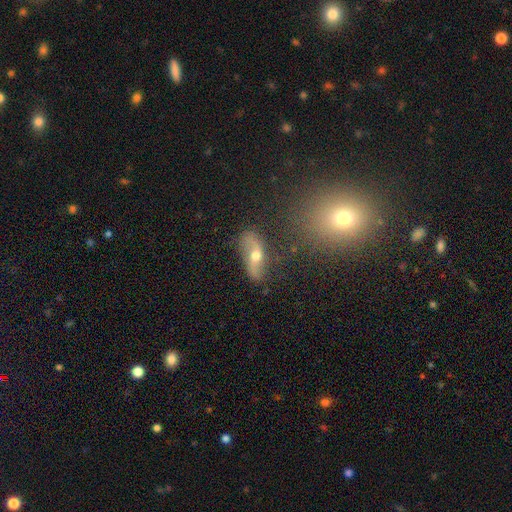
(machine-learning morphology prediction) type=featured or disk (65%); edge-on=no (85%); bar=no (56%); spiral arms=yes (78%); bulge=moderate (69%); merging=none (70%).